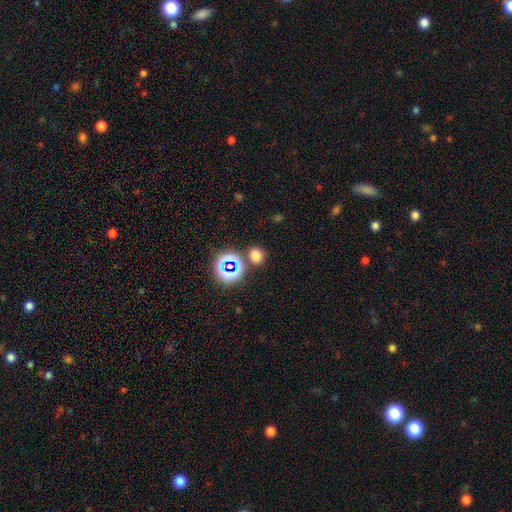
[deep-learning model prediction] The model was most divided on "smooth or featured": smooth: 68%, star or artifact: 26%, featured or disk: 6%. More confident: merging — none (79%); how rounded — round (75%).